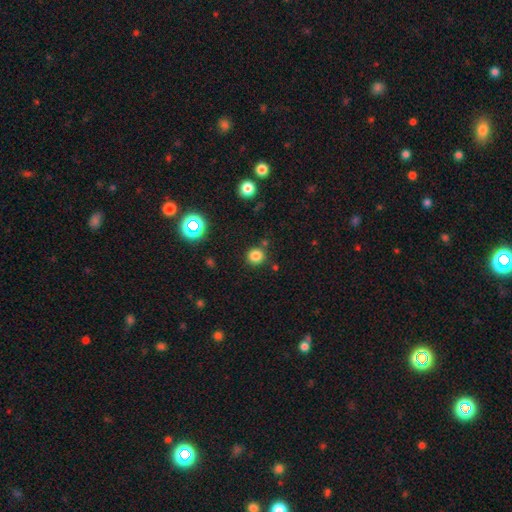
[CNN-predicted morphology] Smooth or featured? smooth (80%)
How rounded? round (92%)
Merging? none (84%)